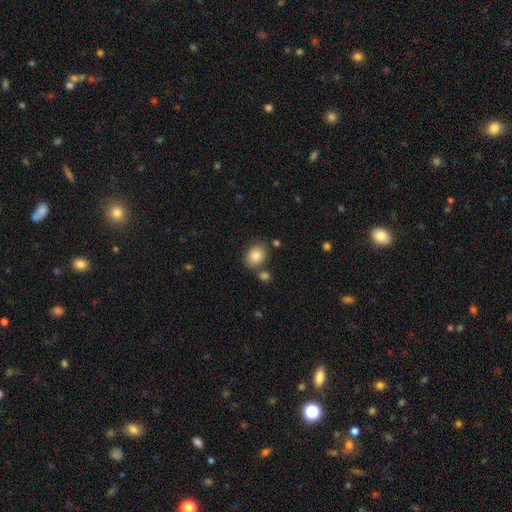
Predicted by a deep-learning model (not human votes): Smooth or featured: smooth — 85% (star or artifact — 8%)
How rounded: in between — 61% (round — 38%)
Merging: none — 72% (minor disturbance — 13%)